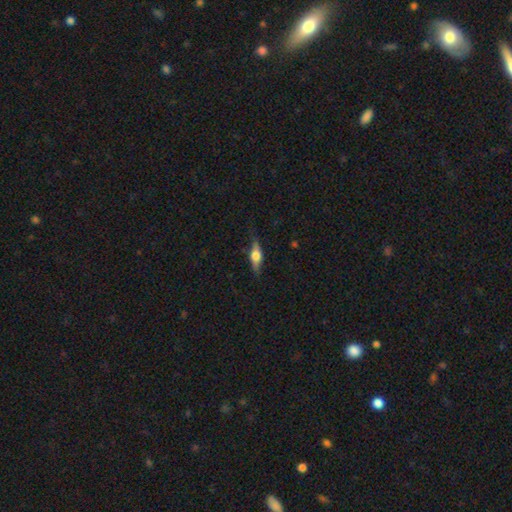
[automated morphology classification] This appears to be a featured or disk galaxy (55%) viewed edge-on (94%) with a rounded central bulge (92%). Merging: none (79%).